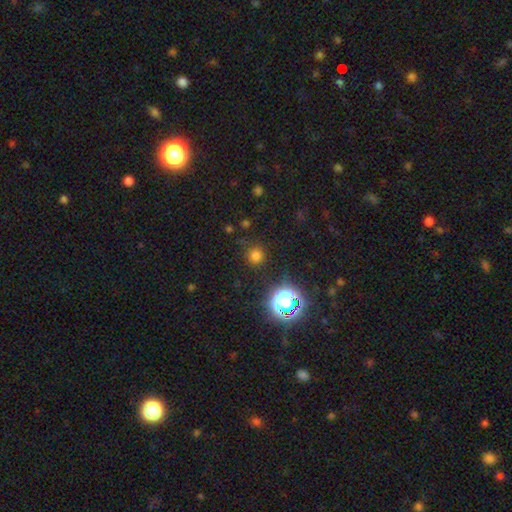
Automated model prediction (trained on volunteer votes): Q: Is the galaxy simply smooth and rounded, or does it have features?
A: smooth — 71%.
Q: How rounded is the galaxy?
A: round — 93%.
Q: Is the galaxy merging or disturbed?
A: none — 87%.